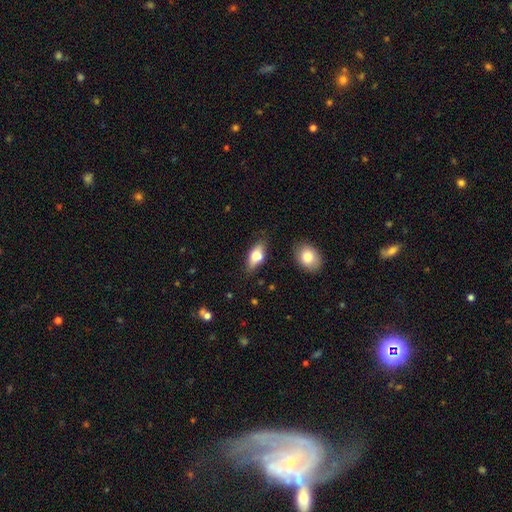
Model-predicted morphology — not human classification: type=smooth (67%); roundness=in between (82%); merging=none (72%).